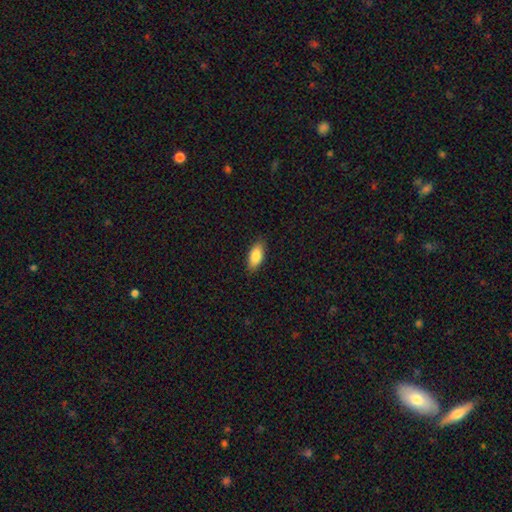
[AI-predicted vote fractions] smooth-or-featured: smooth: 85% | featured or disk: 9% | star or artifact: 6%
  how-rounded: in between: 88% | cigar-shaped: 10% | round: 2%
  merging: none: 87% | minor disturbance: 10% | major disturbance: 2% | merger: 1%